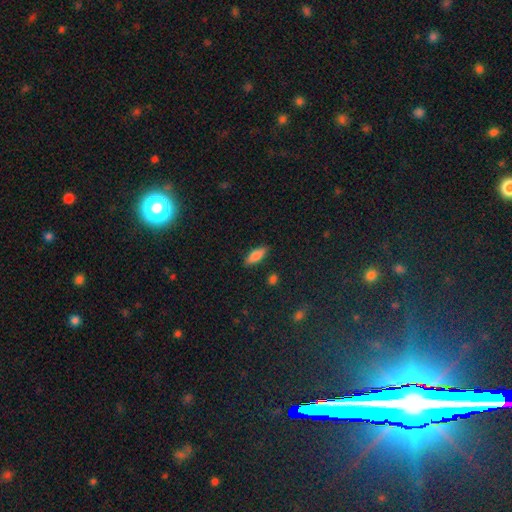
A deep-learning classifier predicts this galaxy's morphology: smooth-or-featured: smooth: 79% | featured or disk: 13% | star or artifact: 7%
  how-rounded: in between: 69% | cigar-shaped: 29% | round: 2%
  merging: none: 85% | minor disturbance: 11% | major disturbance: 2% | merger: 2%